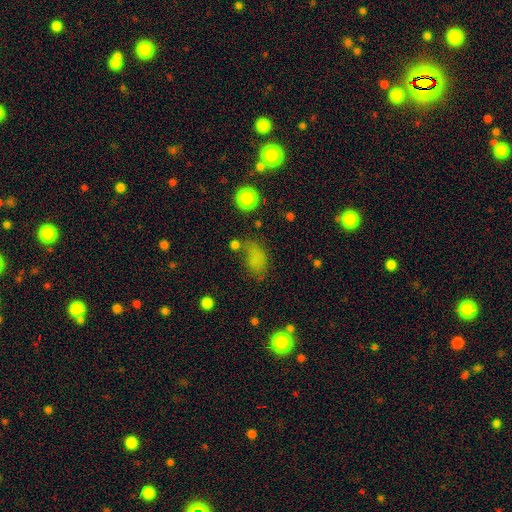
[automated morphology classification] This appears to be a smooth galaxy with no disk features (70%) that is in between round and cigar-shaped (82%). Merging: none (46%).